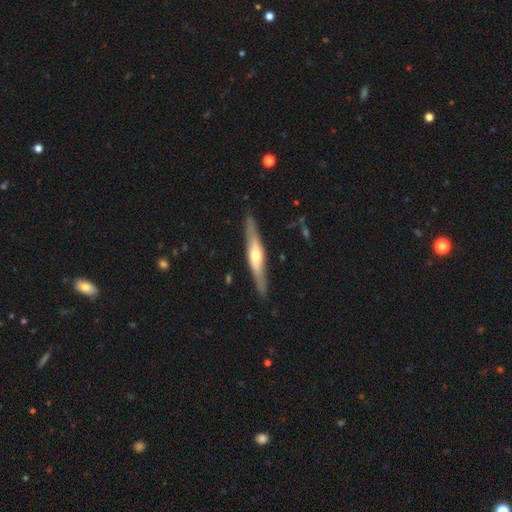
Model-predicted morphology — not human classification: Overall: featured or disk (64%; smooth 31%). Edge-on disk: yes (93%). Edge-on bulge: rounded (88%). Merging: none (88%).